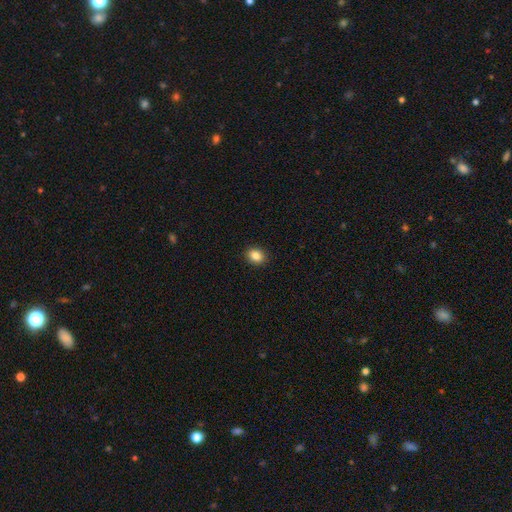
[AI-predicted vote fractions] This is clearly a smooth galaxy (86%). How rounded: possibly round (50%). Merging: clearly none (91%).